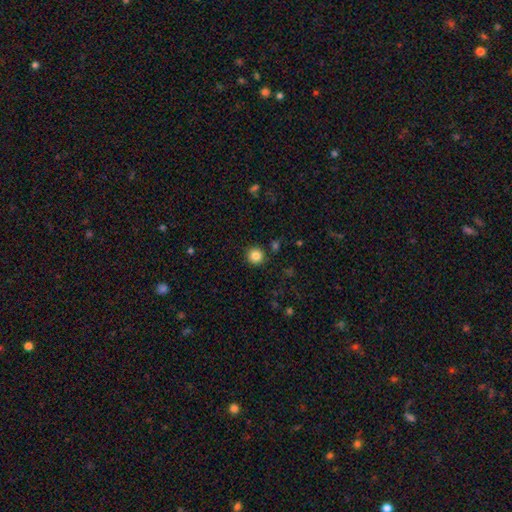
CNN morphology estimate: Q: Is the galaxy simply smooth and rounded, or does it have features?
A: smooth — 84%.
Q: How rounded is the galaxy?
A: round — 95%.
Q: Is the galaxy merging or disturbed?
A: none — 91%.